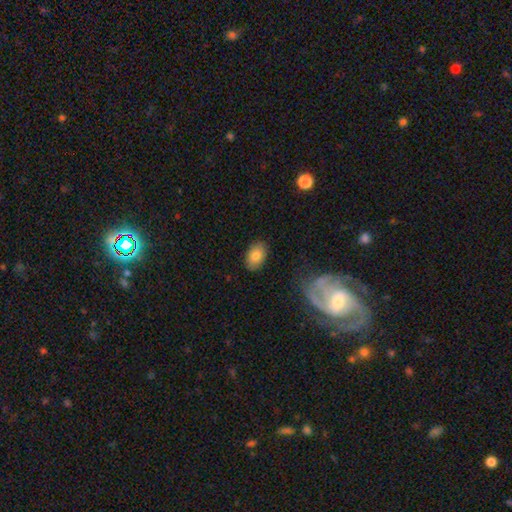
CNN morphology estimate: This appears to be a smooth galaxy with no disk features (81%) that is in between round and cigar-shaped (88%). Merging: none (84%).